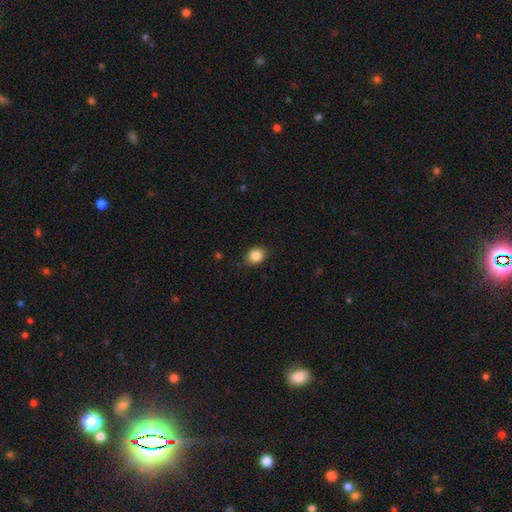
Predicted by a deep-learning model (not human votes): smooth-or-featured: smooth: 85% | star or artifact: 10% | featured or disk: 5%
  how-rounded: round: 63% | in between: 37% | cigar-shaped: 1%
  merging: none: 84% | minor disturbance: 12% | major disturbance: 3% | merger: 1%